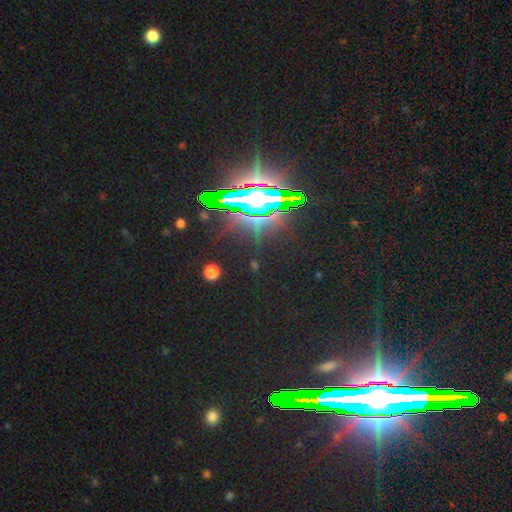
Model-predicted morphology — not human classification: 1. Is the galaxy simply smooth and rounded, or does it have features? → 84% star or artifact, 9% featured or disk, 7% smooth.